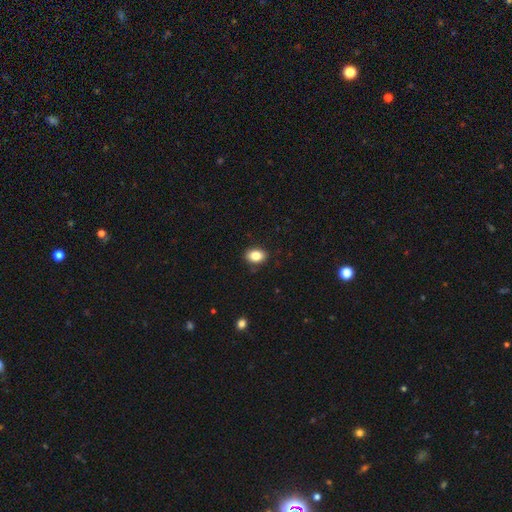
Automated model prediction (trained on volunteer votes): The model was most divided on "how rounded": in between: 75%, round: 24%, cigar-shaped: 1%. More confident: merging — none (88%); smooth or featured — smooth (84%).